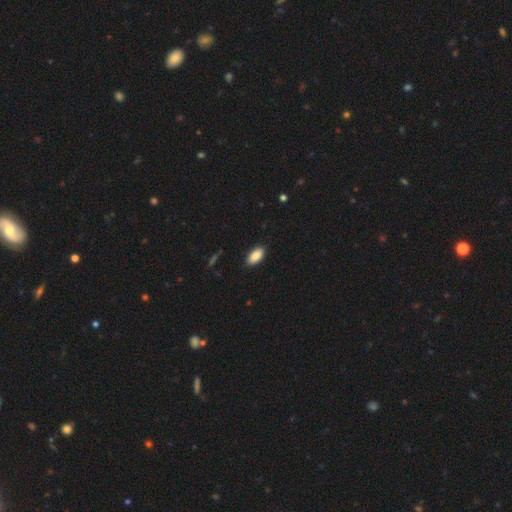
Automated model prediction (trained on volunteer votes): This is clearly a smooth galaxy (88%). How rounded: clearly in between (92%). Merging: clearly none (87%).